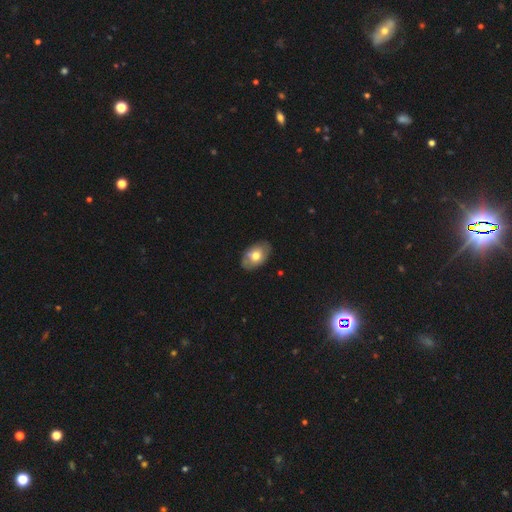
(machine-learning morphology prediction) This appears to be a smooth galaxy with no disk features (62%) that is in between round and cigar-shaped (89%). Merging: none (80%).